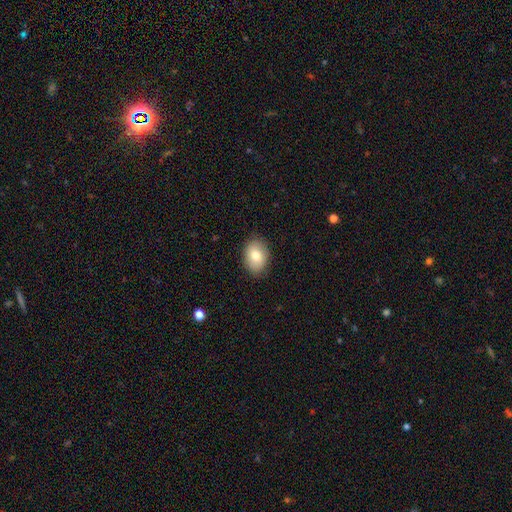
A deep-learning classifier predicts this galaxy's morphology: This is likely a smooth galaxy (78%). How rounded: likely in between (73%). Merging: clearly none (87%).